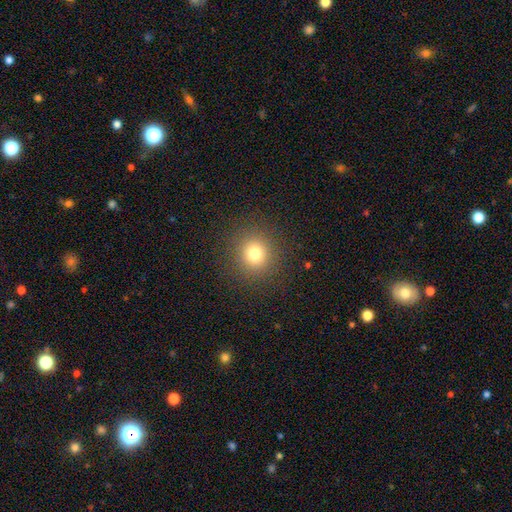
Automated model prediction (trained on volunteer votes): Morphology: type=smooth (77%); roundness=round (91%); merging=none (90%).